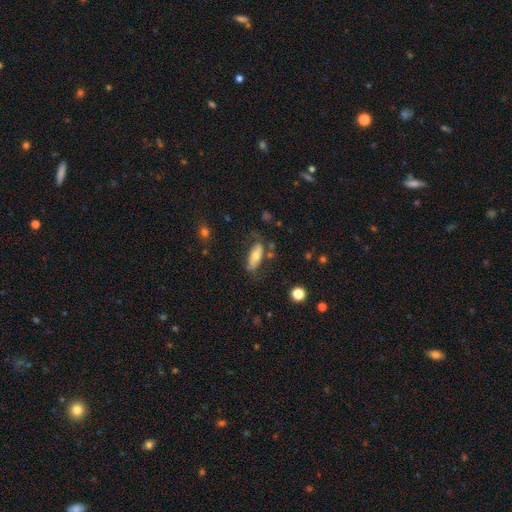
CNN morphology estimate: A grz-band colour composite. It shows a smooth galaxy with no disk features (60%) that is in between round and cigar-shaped (77%). Merging: none (59%).